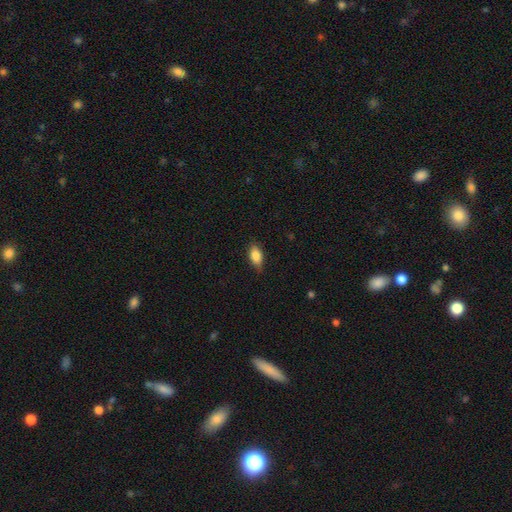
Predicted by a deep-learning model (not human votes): smooth 84%, featured or disk 9%, star or artifact 7%. Down the decision tree: how rounded — in between (87%); merging — none (79%).